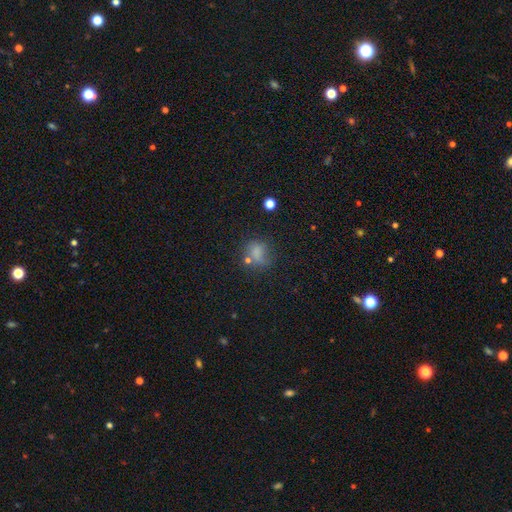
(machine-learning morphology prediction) Smooth or featured? Predicted: smooth (p=0.61). How rounded? Predicted: round (p=0.59). Merging? Predicted: none (p=0.49).